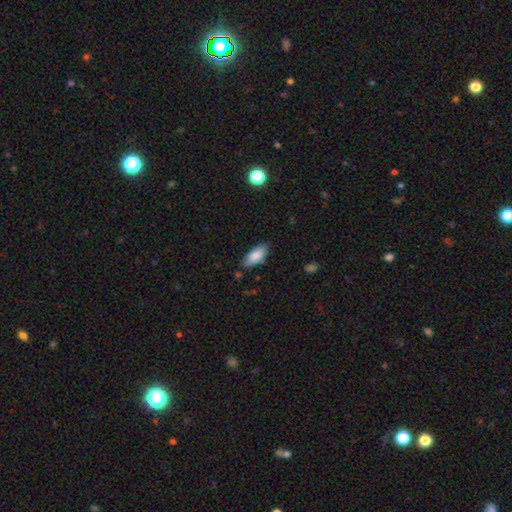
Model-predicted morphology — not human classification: This appears to be a smooth galaxy with no disk features (85%) that is in between round and cigar-shaped (87%). Merging: none (80%).